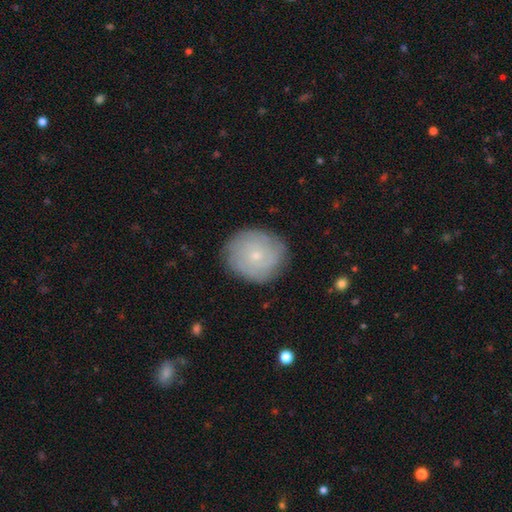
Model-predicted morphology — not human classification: The model was most divided on "smooth or featured": featured or disk: 50%, smooth: 42%, star or artifact: 9%. More confident: merging — none (84%).